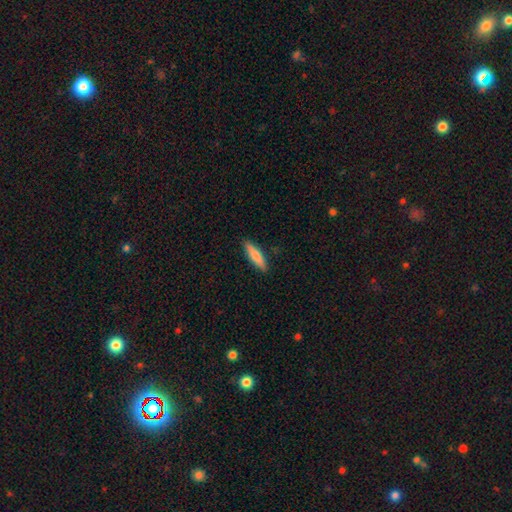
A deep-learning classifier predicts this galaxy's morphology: Smooth or featured?
  - smooth: 77% *
  - featured or disk: 17%
  - star or artifact: 5%
How rounded?
  - cigar-shaped: 73% *
  - in between: 25%
  - round: 2%
Merging?
  - none: 89% *
  - minor disturbance: 8%
  - major disturbance: 2%
  - merger: 1%